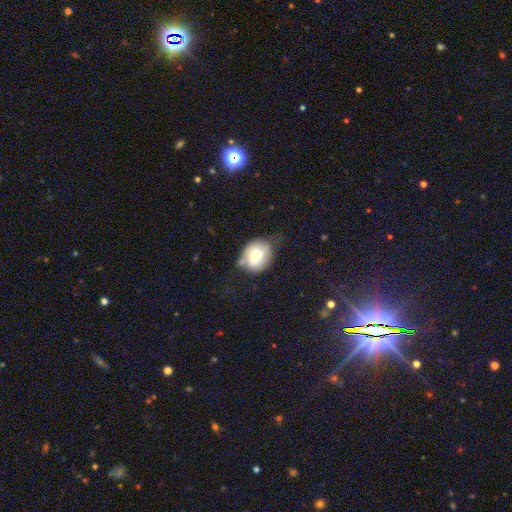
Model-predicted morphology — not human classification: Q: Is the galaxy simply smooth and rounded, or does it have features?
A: smooth — 59%.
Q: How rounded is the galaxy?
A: round — 52%.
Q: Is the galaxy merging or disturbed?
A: none — 52%.